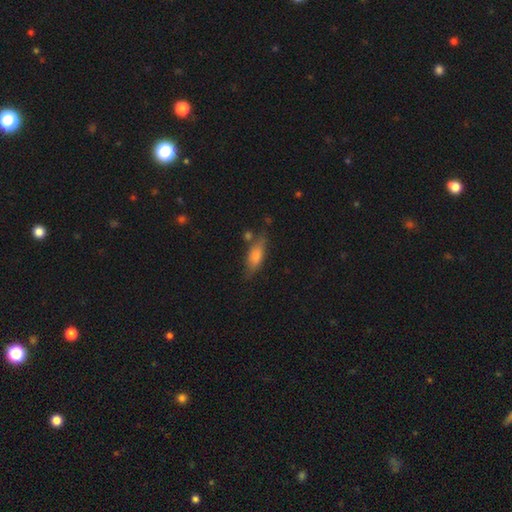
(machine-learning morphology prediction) Smooth or featured? Predicted: smooth (p=0.68). How rounded? Predicted: in between (p=0.60). Merging? Predicted: none (p=0.69).